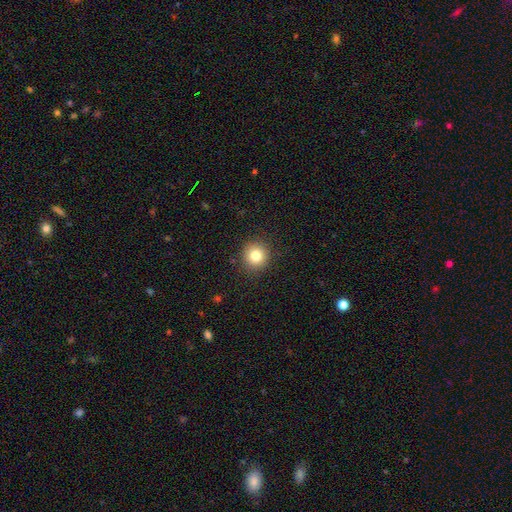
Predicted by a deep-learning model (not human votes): A smooth galaxy with no disk features (80%) that is round (93%).

Vote fractions:
- Smooth or featured? smooth: 80% / star or artifact: 12% / featured or disk: 8%
- How rounded? round: 93% / in between: 6% / cigar-shaped: 1%
- Merging? none: 91% / minor disturbance: 6% / major disturbance: 2% / merger: 1%